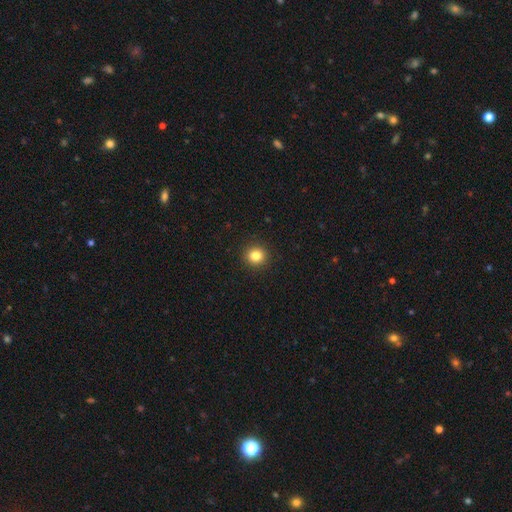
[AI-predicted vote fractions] Q: Smooth or featured?
A: smooth (83%); runner-up: star or artifact (11%)
Q: How rounded?
A: round (90%); runner-up: in between (9%)
Q: Merging?
A: none (93%); runner-up: minor disturbance (5%)